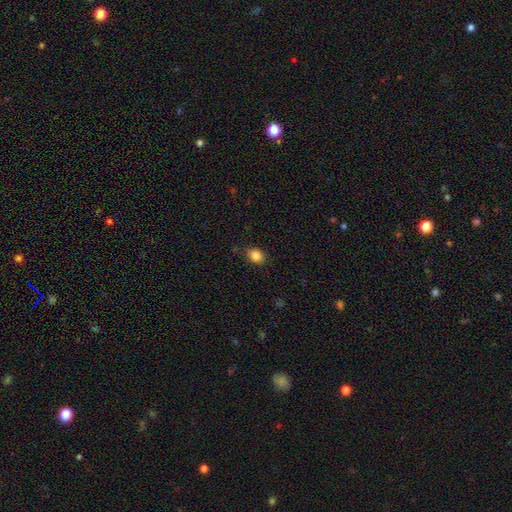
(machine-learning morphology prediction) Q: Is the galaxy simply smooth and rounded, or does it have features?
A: smooth — 85%.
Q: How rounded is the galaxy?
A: in between — 54%.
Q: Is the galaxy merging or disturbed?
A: none — 83%.